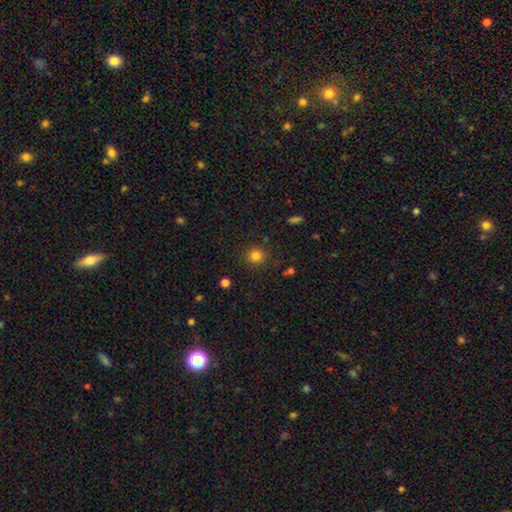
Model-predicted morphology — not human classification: Smooth or featured?
  - smooth: 82% *
  - star or artifact: 13%
  - featured or disk: 5%
How rounded?
  - round: 92% *
  - in between: 8%
  - cigar-shaped: 1%
Merging?
  - none: 87% *
  - minor disturbance: 8%
  - major disturbance: 3%
  - merger: 2%